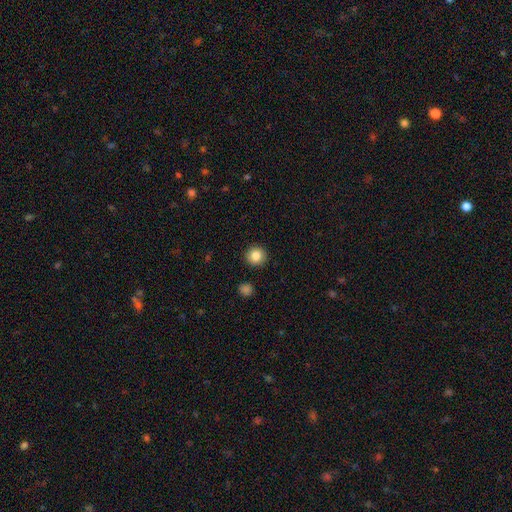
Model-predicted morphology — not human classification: Smooth or featured? smooth (85%)
How rounded? round (94%)
Merging? none (92%)